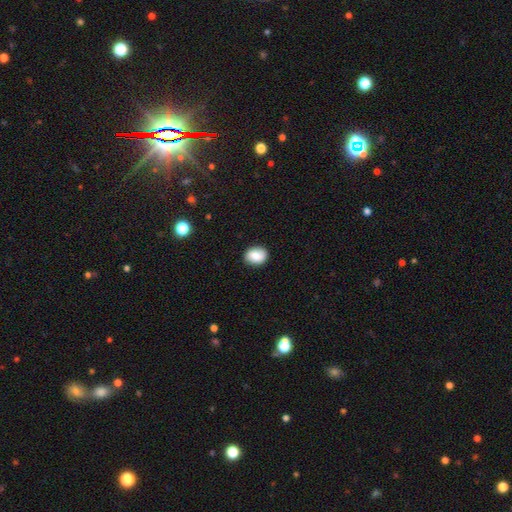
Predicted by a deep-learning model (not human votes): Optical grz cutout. It shows a smooth galaxy with no disk features (78%) that is in between round and cigar-shaped (54%). Merging: none (87%).